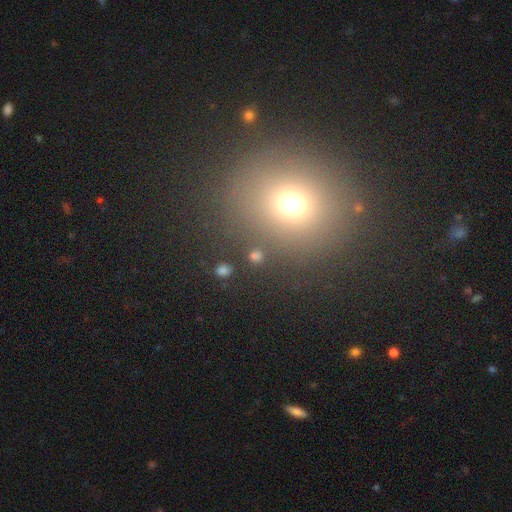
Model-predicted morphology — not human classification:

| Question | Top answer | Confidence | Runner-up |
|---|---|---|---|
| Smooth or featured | smooth | 62% | star or artifact (28%) |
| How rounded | round | 75% | in between (23%) |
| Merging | none | 81% | minor disturbance (8%) |